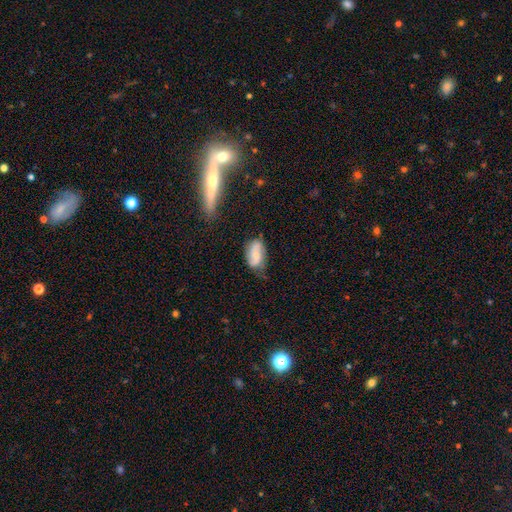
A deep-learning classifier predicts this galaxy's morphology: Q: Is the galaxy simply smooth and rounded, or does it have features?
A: smooth — 50%.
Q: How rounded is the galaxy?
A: in between — 90%.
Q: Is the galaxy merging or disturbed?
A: none — 60%.